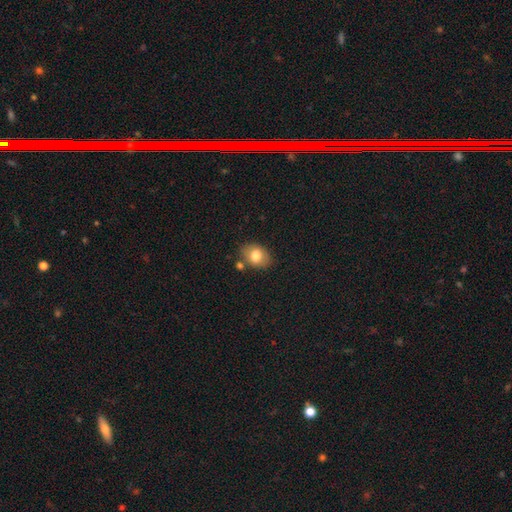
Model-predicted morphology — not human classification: Q: Smooth or featured?
A: smooth (76%); runner-up: featured or disk (15%)
Q: How rounded?
A: in between (70%); runner-up: round (29%)
Q: Merging?
A: none (75%); runner-up: minor disturbance (14%)